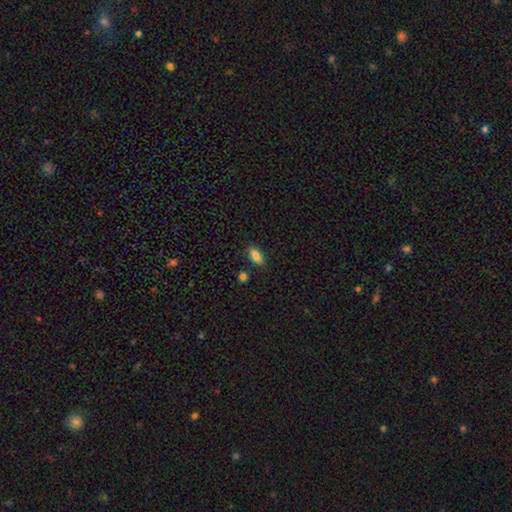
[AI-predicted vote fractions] Morphology: type=smooth (86%); roundness=in between (84%); merging=none (85%).